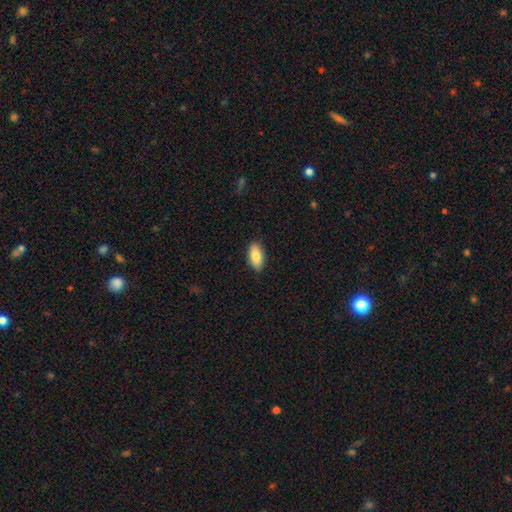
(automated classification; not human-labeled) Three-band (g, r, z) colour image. It shows a smooth galaxy with no disk features (81%) that is in between round and cigar-shaped (89%). Merging: none (86%).